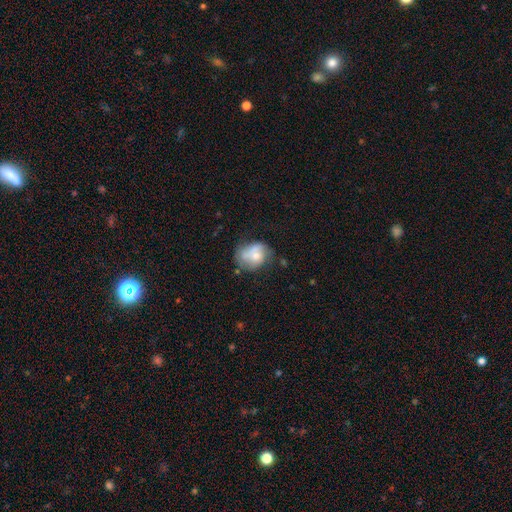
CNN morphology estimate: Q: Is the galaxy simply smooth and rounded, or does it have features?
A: smooth — 52%.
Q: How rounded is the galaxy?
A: in between — 56%.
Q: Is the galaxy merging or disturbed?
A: none — 38%.